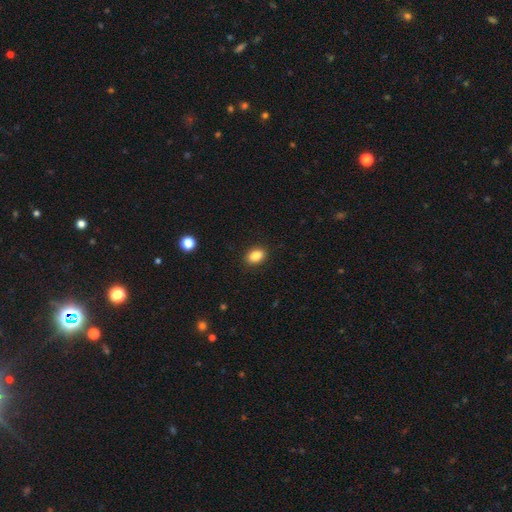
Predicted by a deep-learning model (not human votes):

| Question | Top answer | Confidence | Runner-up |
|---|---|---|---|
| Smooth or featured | smooth | 86% | star or artifact (9%) |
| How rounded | in between | 76% | round (22%) |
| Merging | none | 90% | minor disturbance (7%) |